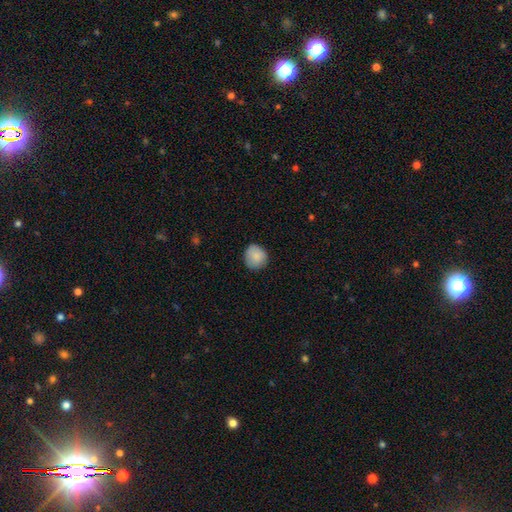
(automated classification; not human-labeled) smooth_or_featured: smooth (p=0.87) [alt: star or artifact p=0.07]
how_rounded: round (p=0.90) [alt: in between p=0.09]
merging: none (p=0.84) [alt: minor disturbance p=0.12]